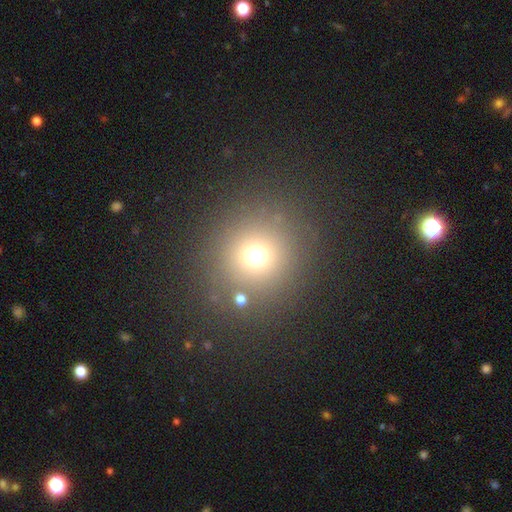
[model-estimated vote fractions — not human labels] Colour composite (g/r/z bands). It shows a smooth galaxy with no disk features (68%) that is round (93%). Merging: none (82%).